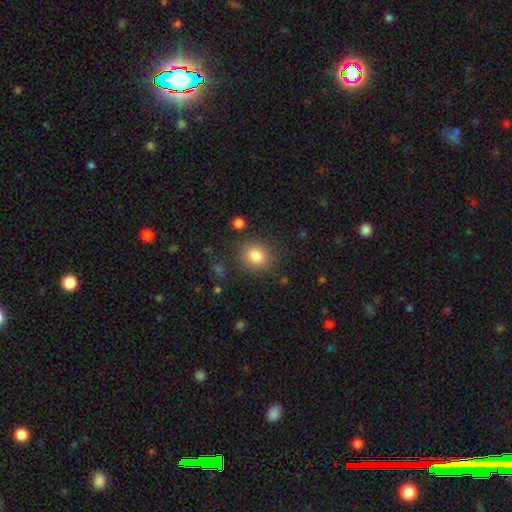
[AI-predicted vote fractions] Overall: smooth (81%). How rounded: round (79%). Merging: none (85%).